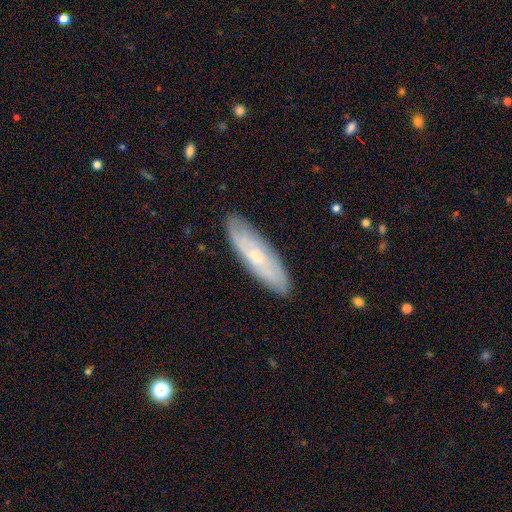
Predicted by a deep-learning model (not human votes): Morphology: type=smooth (48%); merging=none (86%).